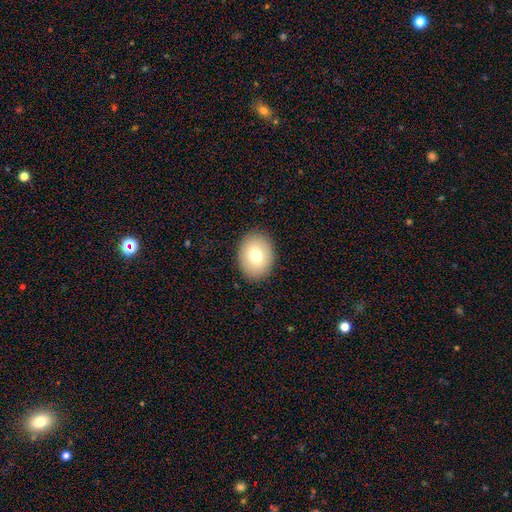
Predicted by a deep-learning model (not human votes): Overall: smooth (76%). How rounded: in between (60%; round 39%). Merging: none (89%).